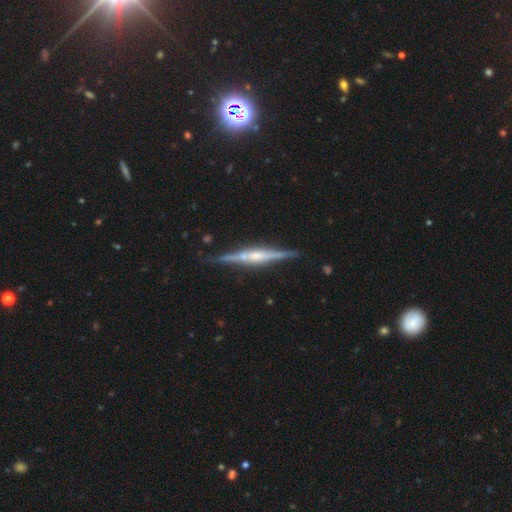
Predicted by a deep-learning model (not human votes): This is clearly a featured or disk galaxy (82%). It is clearly viewed edge-on (98%). Edge-on bulge: likely rounded (65%). Merging: clearly none (85%).